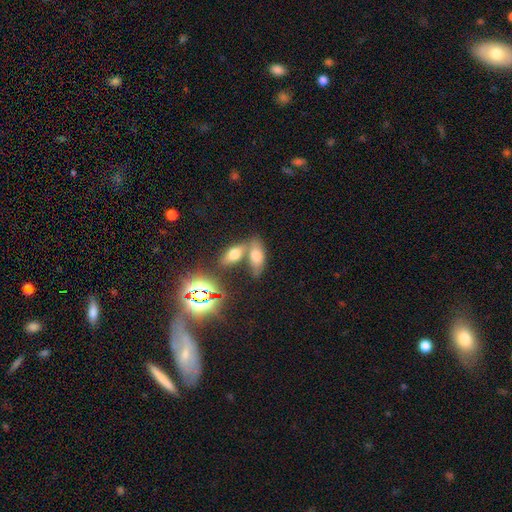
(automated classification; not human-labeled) Smooth or featured? Predicted: smooth (p=0.68). How rounded? Predicted: in between (p=0.85). Merging? Predicted: merger (p=0.47).